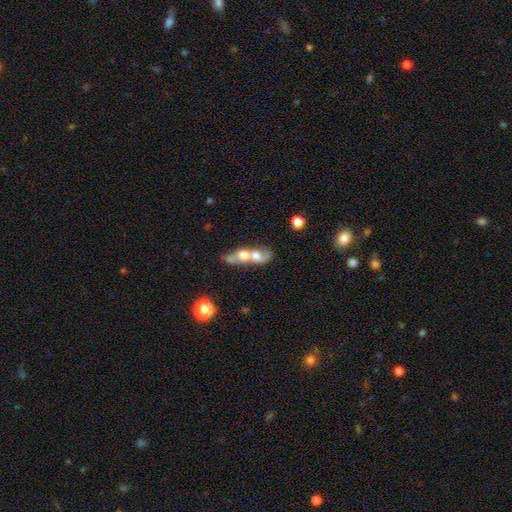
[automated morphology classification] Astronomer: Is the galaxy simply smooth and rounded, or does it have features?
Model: smooth — 51% (runner-up: featured or disk, 39%).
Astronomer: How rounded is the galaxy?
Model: in between — 51% (runner-up: round, 32%).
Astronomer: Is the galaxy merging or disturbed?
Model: merger — 77%.